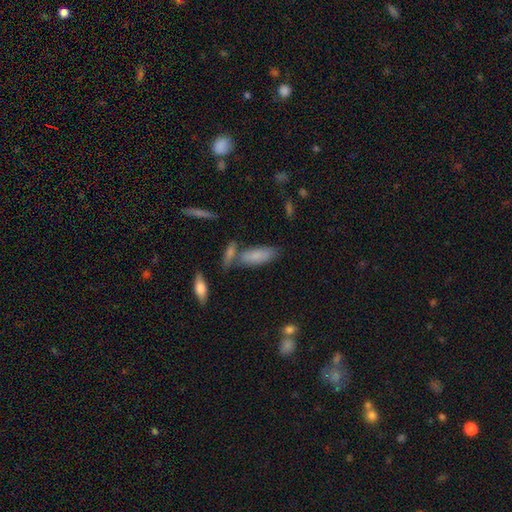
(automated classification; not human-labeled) The model was most divided on "merging": none: 60%, merger: 20%, minor disturbance: 15%, major disturbance: 5%. More confident: smooth or featured — smooth (77%); how rounded — in between (70%).